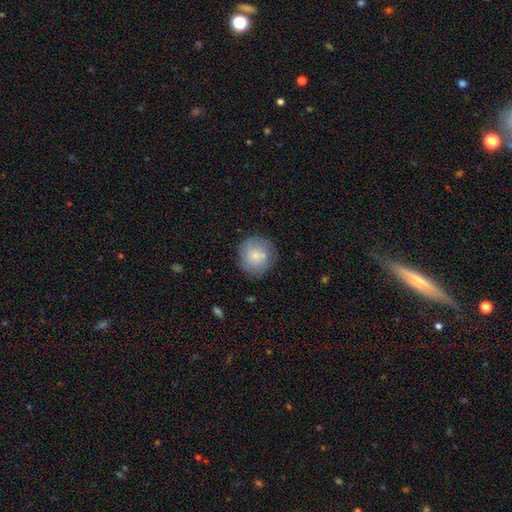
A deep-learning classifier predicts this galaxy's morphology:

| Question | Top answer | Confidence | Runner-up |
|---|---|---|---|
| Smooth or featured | smooth | 75% | featured or disk (18%) |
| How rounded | round | 92% | in between (7%) |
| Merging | none | 75% | minor disturbance (16%) |